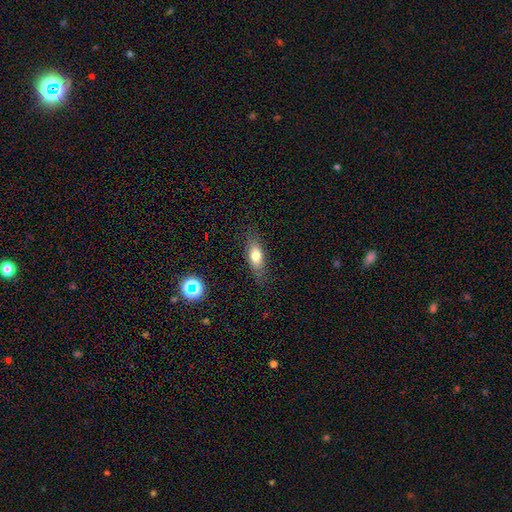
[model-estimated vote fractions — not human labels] Smooth or featured? smooth (70%)
How rounded? in between (72%)
Merging? none (79%)